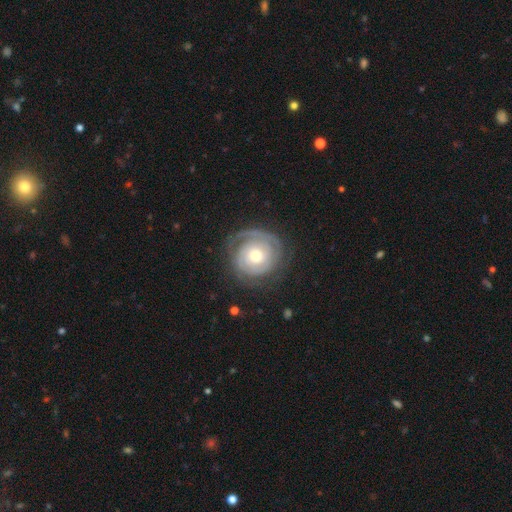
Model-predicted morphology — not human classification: The model was most divided on "spiral arm count": 2: 36%, can't tell: 27%, 3: 14%, 1: 14%, 4: 5%, more than 4: 4%. More confident: edge-on disk — no (98%); spiral arms — yes (94%); smooth or featured — featured or disk (82%); spiral winding — tight (80%); bar — no (79%); merging — none (75%); bulge size — moderate (68%).